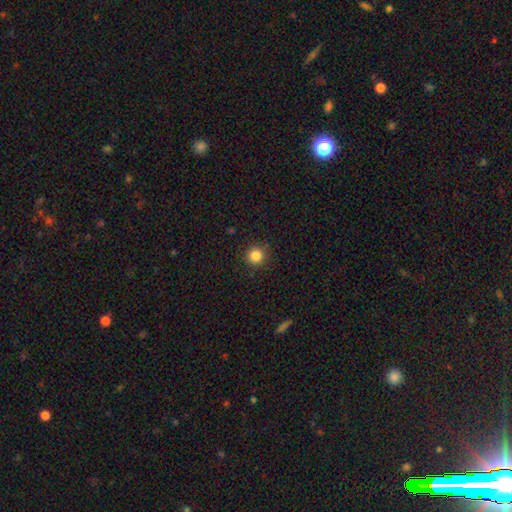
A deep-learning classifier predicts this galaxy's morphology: smooth-or-featured: smooth: 84% | star or artifact: 11% | featured or disk: 4%
  how-rounded: round: 95% | in between: 4% | cigar-shaped: 1%
  merging: none: 90% | minor disturbance: 7% | major disturbance: 2% | merger: 1%